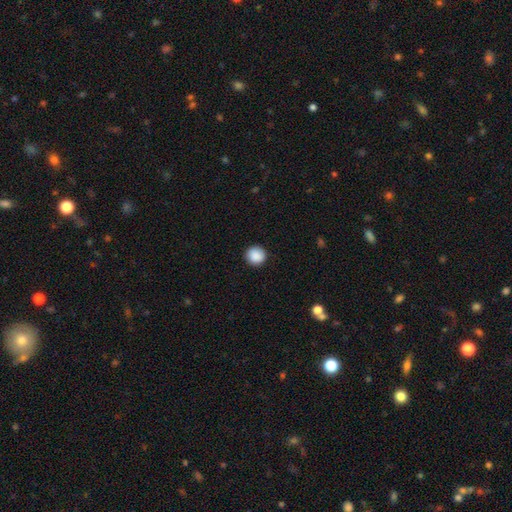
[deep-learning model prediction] This appears to be a smooth galaxy with no disk features (89%) that is round (94%). Merging: none (91%).